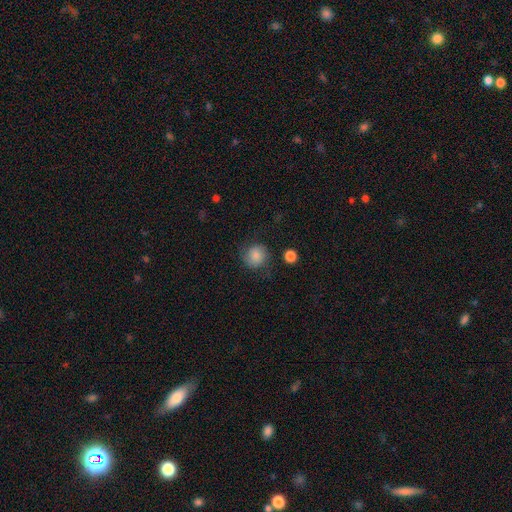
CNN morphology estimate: type=smooth (78%); roundness=round (88%); merging=none (74%).